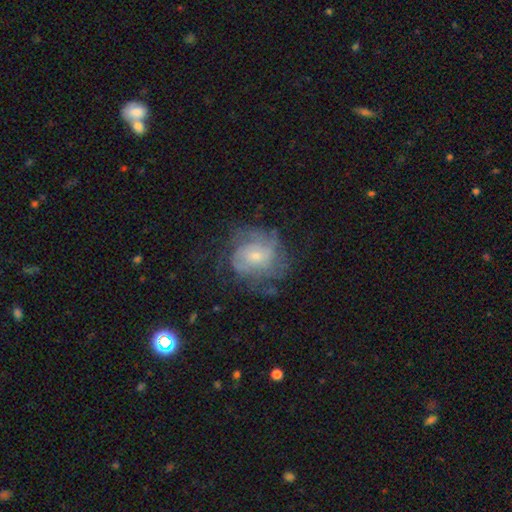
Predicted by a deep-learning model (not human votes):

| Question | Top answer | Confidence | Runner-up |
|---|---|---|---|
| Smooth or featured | featured or disk | 67% | smooth (24%) |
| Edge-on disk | no | 97% | yes (3%) |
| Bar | no | 65% | weak (30%) |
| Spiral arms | yes | 79% | no (21%) |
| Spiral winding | tight | 47% | medium (37%) |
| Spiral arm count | can't tell | 52% | 2 (18%) |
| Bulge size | small | 63% | moderate (30%) |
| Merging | none | 57% | minor disturbance (22%) |